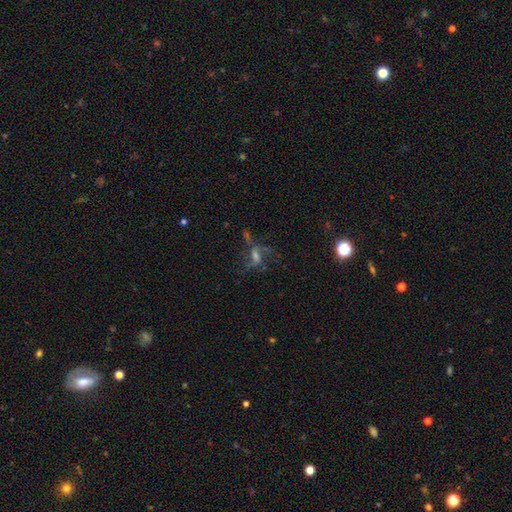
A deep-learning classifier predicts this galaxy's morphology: featured or disk 63%, star or artifact 22%, smooth 15%. Down the decision tree: edge-on disk — no (92%); bar — weak (43%); spiral arms — yes (79%); bulge size — moderate (38%); merging — none (49%).